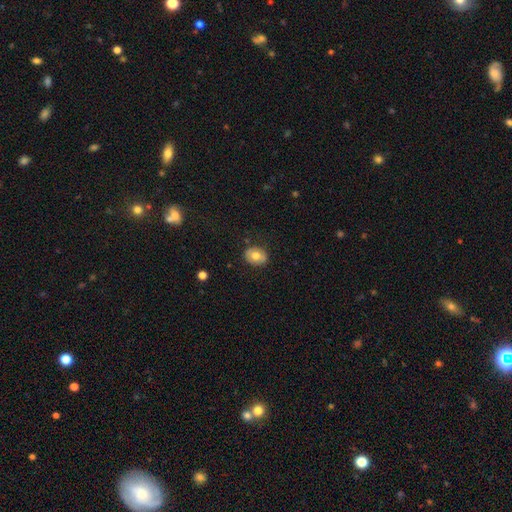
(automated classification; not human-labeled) A smooth galaxy with no disk features (72%) that is in between round and cigar-shaped (52%).

Vote fractions:
- Smooth or featured? smooth: 72% / featured or disk: 20% / star or artifact: 8%
- How rounded? in between: 52% / round: 47% / cigar-shaped: 1%
- Merging? none: 83% / minor disturbance: 12% / major disturbance: 3% / merger: 1%